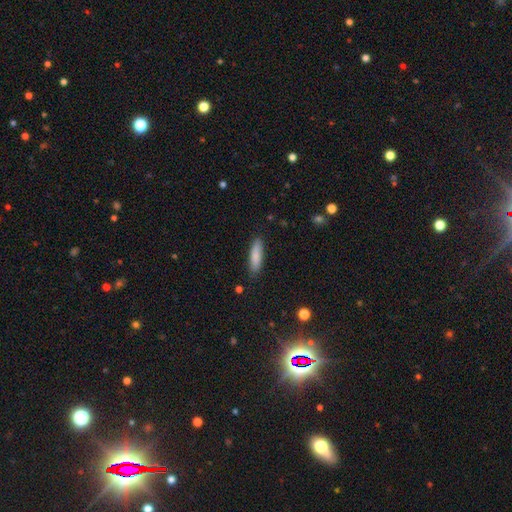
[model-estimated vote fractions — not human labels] Smooth or featured? smooth (85%)
How rounded? cigar-shaped (64%)
Merging? none (87%)